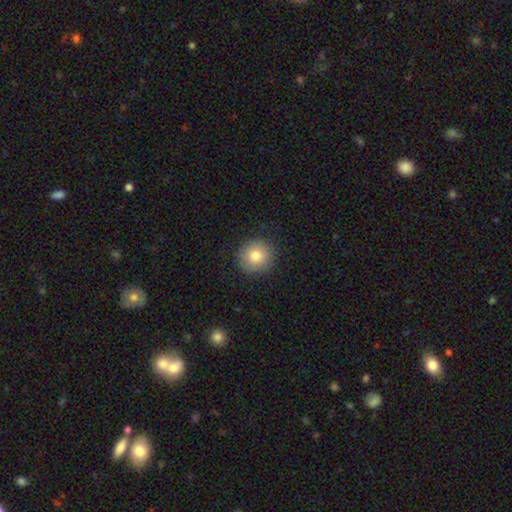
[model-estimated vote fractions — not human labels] Smooth or featured? smooth (81%)
How rounded? round (94%)
Merging? none (90%)